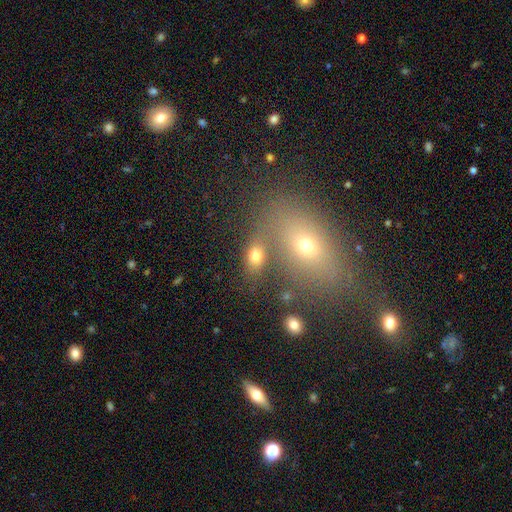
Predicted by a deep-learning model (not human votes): Morphology: type=smooth (74%); roundness=in between (73%); merging=none (56%).